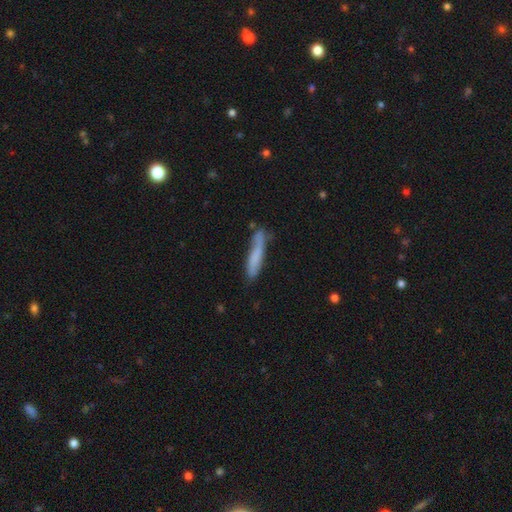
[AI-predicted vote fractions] smooth_or_featured: smooth (p=0.68) [alt: featured or disk p=0.25]
how_rounded: cigar-shaped (p=0.90) [alt: in between p=0.09]
merging: none (p=0.65) [alt: minor disturbance p=0.23]